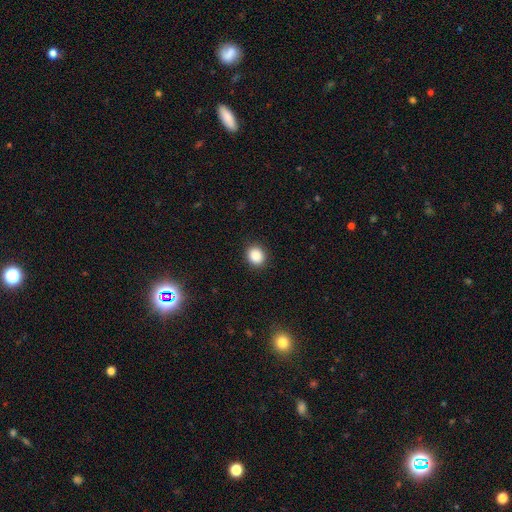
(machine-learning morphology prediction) This appears to be a smooth galaxy with no disk features (88%) that is round (70%). Merging: none (90%).